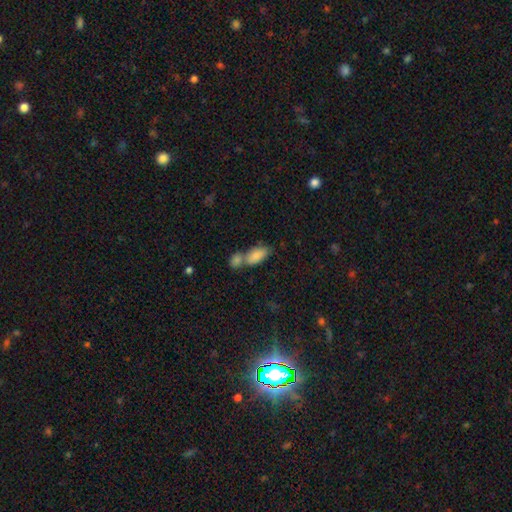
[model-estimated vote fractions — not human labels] Smooth or featured?
  - smooth: 84% *
  - featured or disk: 8%
  - star or artifact: 7%
How rounded?
  - in between: 89% *
  - cigar-shaped: 7%
  - round: 4%
Merging?
  - merger: 58% *
  - none: 29%
  - minor disturbance: 9%
  - major disturbance: 4%